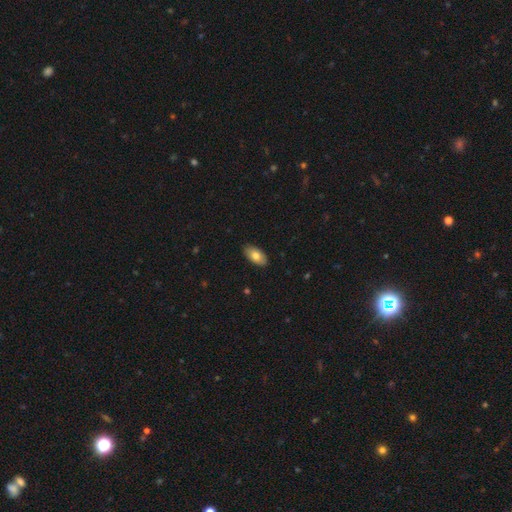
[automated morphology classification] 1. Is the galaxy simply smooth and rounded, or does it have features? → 78% smooth, 16% featured or disk, 6% star or artifact.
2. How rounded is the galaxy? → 94% in between, 3% round, 3% cigar-shaped.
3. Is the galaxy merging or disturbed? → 88% none, 10% minor disturbance, 2% major disturbance, 1% merger.